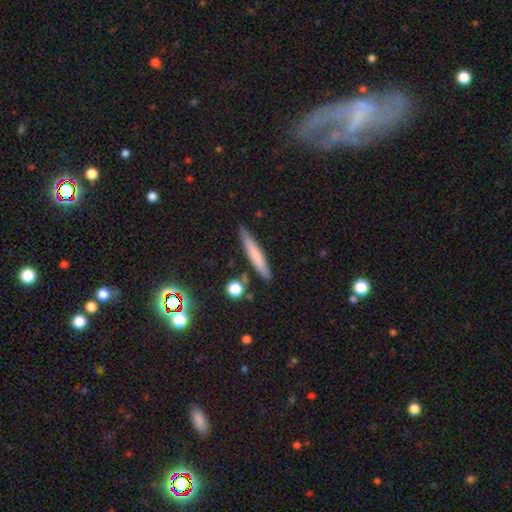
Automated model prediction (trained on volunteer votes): smooth-or-featured: smooth: 67% | featured or disk: 24% | star or artifact: 9%
  how-rounded: cigar-shaped: 93% | in between: 5% | round: 2%
  merging: none: 86% | minor disturbance: 9% | merger: 3% | major disturbance: 2%